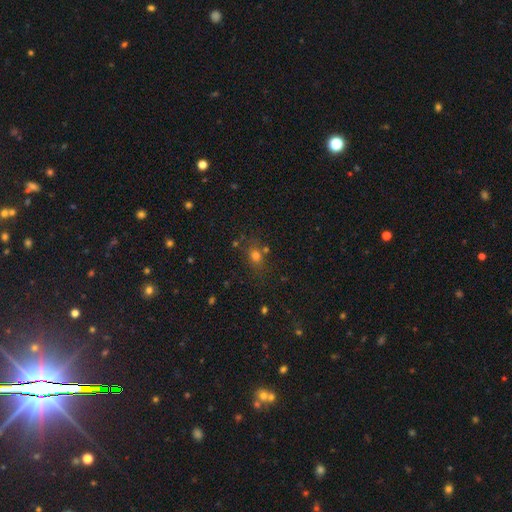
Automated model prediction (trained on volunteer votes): This appears to be a smooth galaxy with no disk features (67%) that is round (61%). Merging: none (69%).